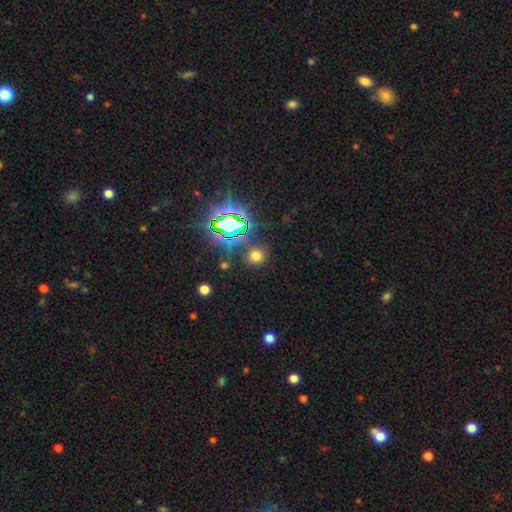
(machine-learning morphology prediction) This is likely a smooth galaxy (61%). How rounded: clearly round (83%). Merging: clearly none (83%).